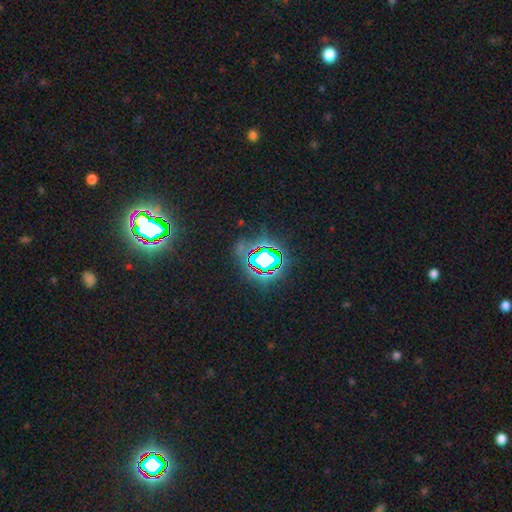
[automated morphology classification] A star or artifact, not a galaxy (79%).